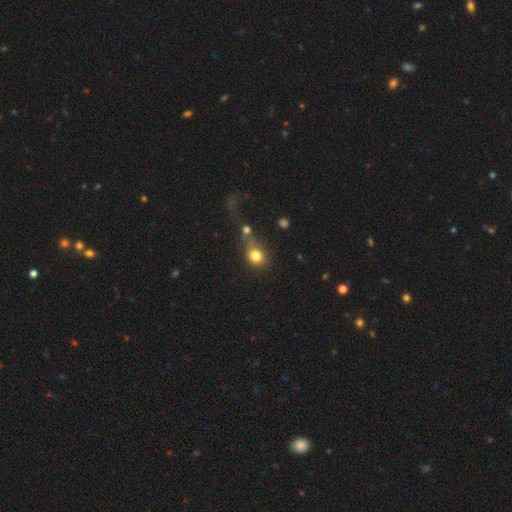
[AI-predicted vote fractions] This appears to be a smooth galaxy with no disk features (80%) that is round (71%). Merging: none (42%).